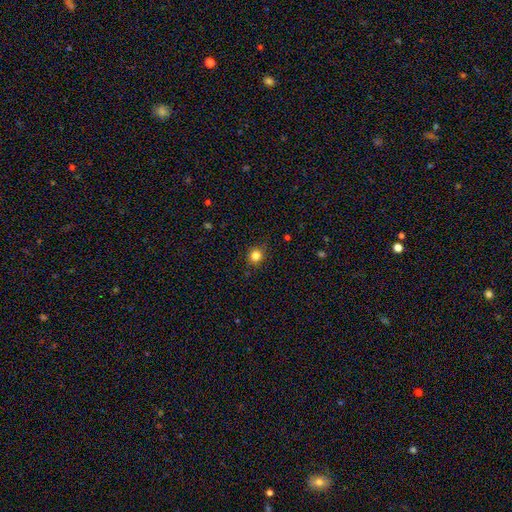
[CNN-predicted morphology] type=smooth (82%); roundness=round (89%); merging=none (88%).